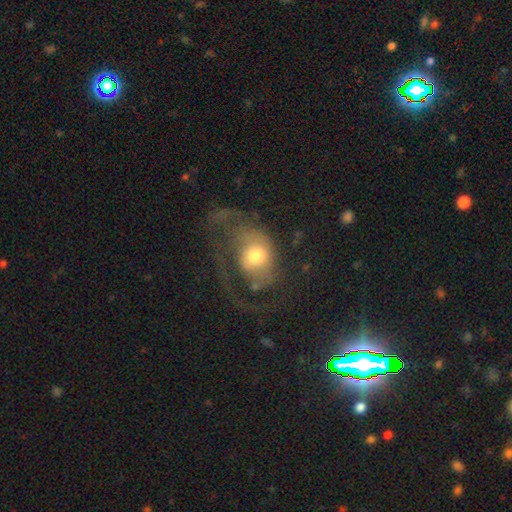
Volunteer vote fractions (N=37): Overall: featured or disk (51%; smooth 43%). Edge-on disk: no (95%). Bar: no (89%). Spiral arms: yes (72%). Spiral arm count: 1 (62%; 2 23%). Spiral winding: medium (46%, tied with loose). Bulge size: moderate (56%; large 28%). Merging: major disturbance (66%).